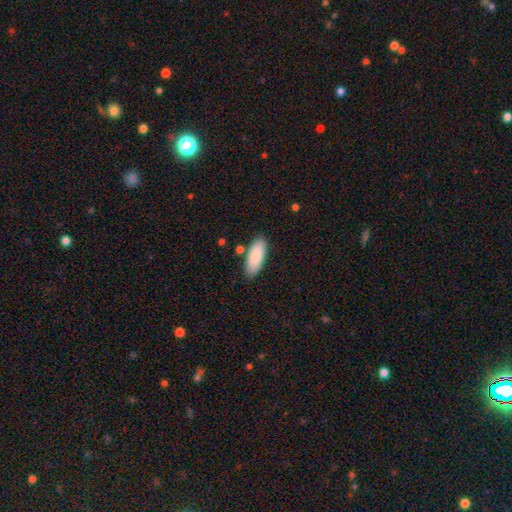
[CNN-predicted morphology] This appears to be a smooth galaxy with no disk features (87%) that is in between round and cigar-shaped (78%). Merging: none (81%).